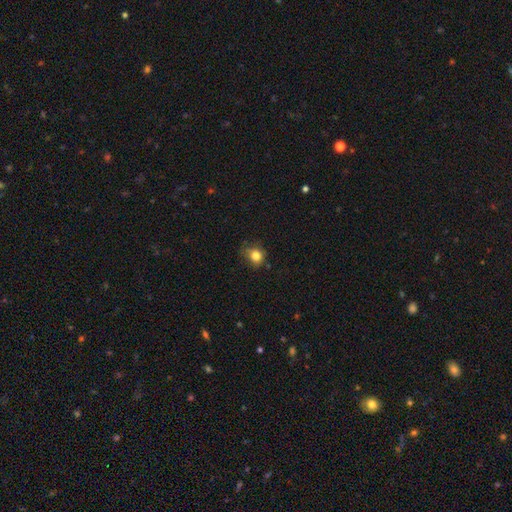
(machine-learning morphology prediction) smooth 81%, star or artifact 12%, featured or disk 7%. Down the decision tree: how rounded — round (74%); merging — none (61%).